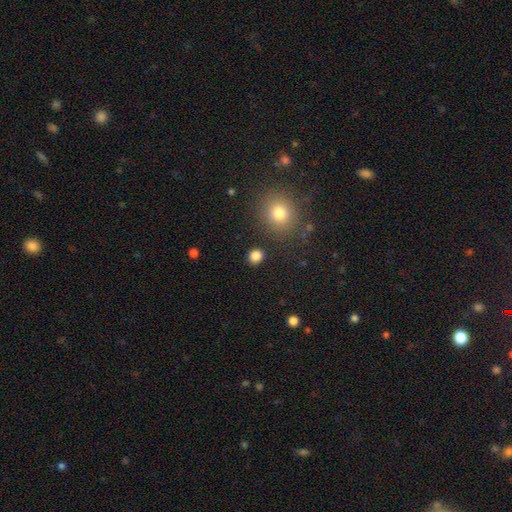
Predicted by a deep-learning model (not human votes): A smooth galaxy with no disk features (84%) that is round (77%). Merging: none (89%).